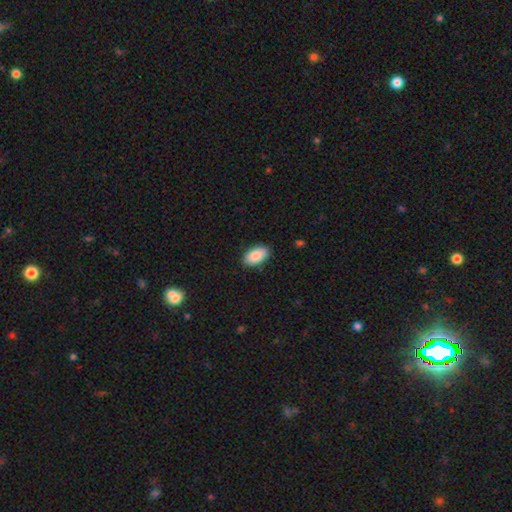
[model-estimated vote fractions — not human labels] This appears to be a smooth galaxy with no disk features (88%) that is in between round and cigar-shaped (95%). Merging: none (86%).